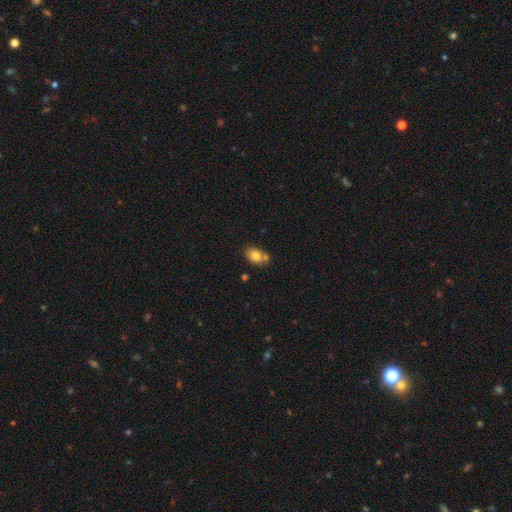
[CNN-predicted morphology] This appears to be a smooth galaxy with no disk features (78%) that is in between round and cigar-shaped (80%). Merging: none (57%).